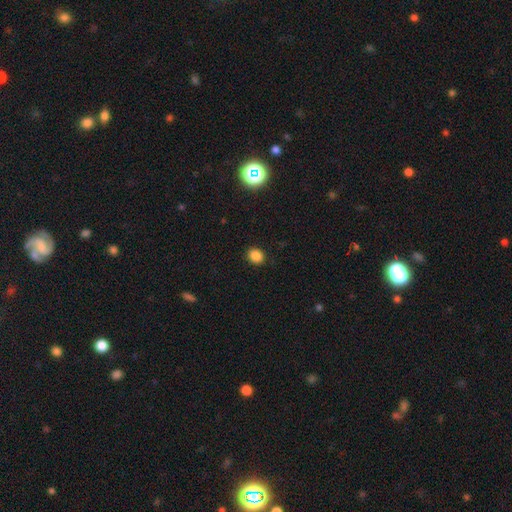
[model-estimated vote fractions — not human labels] smooth 85%, star or artifact 11%, featured or disk 4%. Down the decision tree: how rounded — round (59%); merging — none (90%).